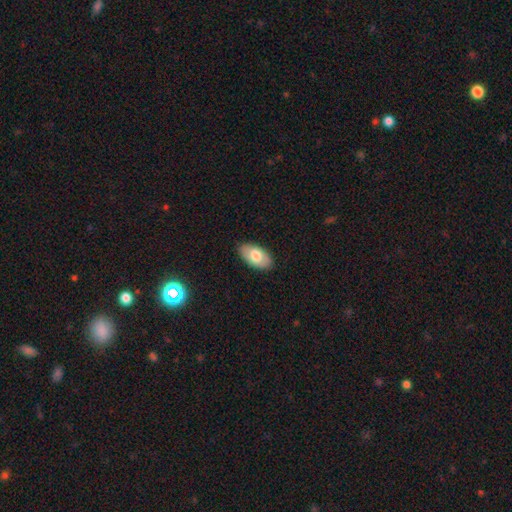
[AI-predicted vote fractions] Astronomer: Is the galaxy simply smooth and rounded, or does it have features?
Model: smooth — 72%.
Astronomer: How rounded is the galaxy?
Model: in between — 95%.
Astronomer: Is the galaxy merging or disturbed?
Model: none — 86%.